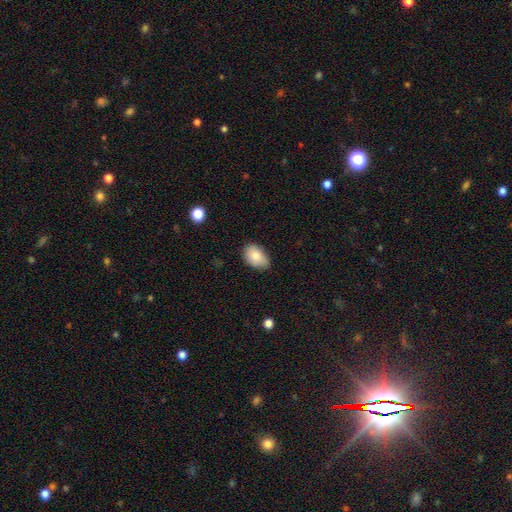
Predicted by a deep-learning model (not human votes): Smooth or featured: smooth — 82% (featured or disk — 11%)
How rounded: in between — 86% (round — 13%)
Merging: none — 69% (minor disturbance — 26%)